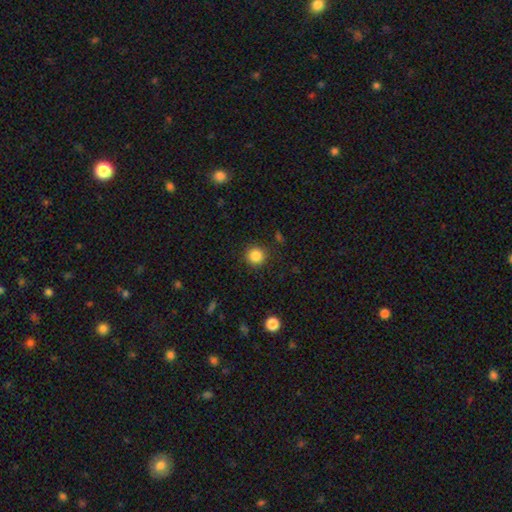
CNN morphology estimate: Overall: smooth (84%). How rounded: round (93%). Merging: none (89%).